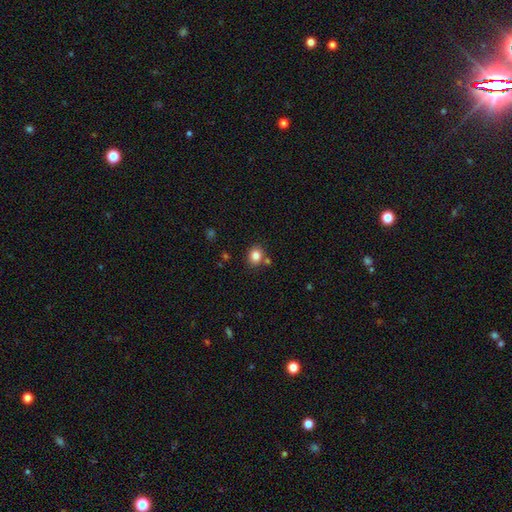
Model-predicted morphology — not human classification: Smooth or featured?
  - smooth: 83% *
  - star or artifact: 11%
  - featured or disk: 6%
How rounded?
  - round: 68% *
  - in between: 31%
  - cigar-shaped: 1%
Merging?
  - none: 77% *
  - merger: 10%
  - minor disturbance: 10%
  - major disturbance: 3%